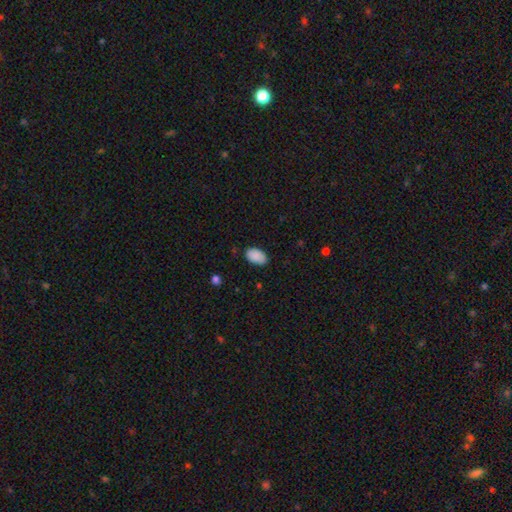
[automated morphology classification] smooth 89%, star or artifact 7%, featured or disk 4%. Down the decision tree: how rounded — in between (93%); merging — none (80%).